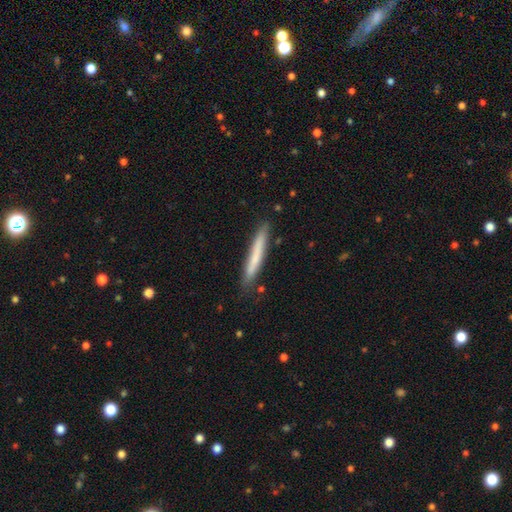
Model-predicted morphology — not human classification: The model was most divided on "smooth or featured": smooth: 68%, featured or disk: 26%, star or artifact: 6%. More confident: how rounded — cigar-shaped (96%); merging — none (85%).